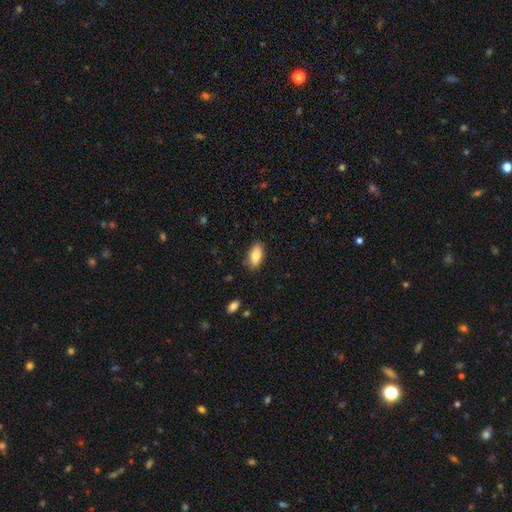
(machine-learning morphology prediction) smooth-or-featured: smooth: 81% | featured or disk: 12% | star or artifact: 7%
  how-rounded: in between: 90% | cigar-shaped: 8% | round: 3%
  merging: none: 85% | minor disturbance: 11% | major disturbance: 2% | merger: 1%